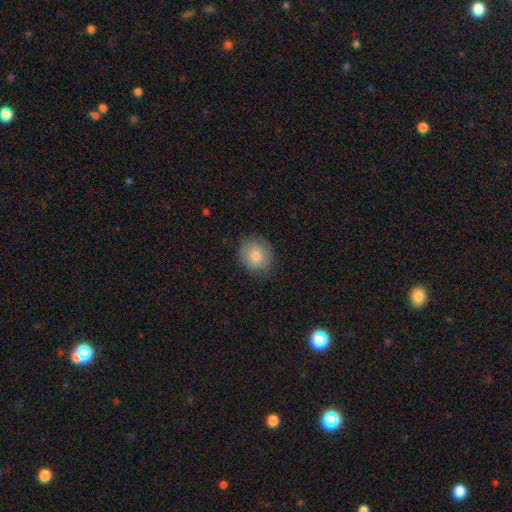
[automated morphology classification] This appears to be a smooth galaxy with no disk features (78%) that is round (80%). Merging: none (85%).